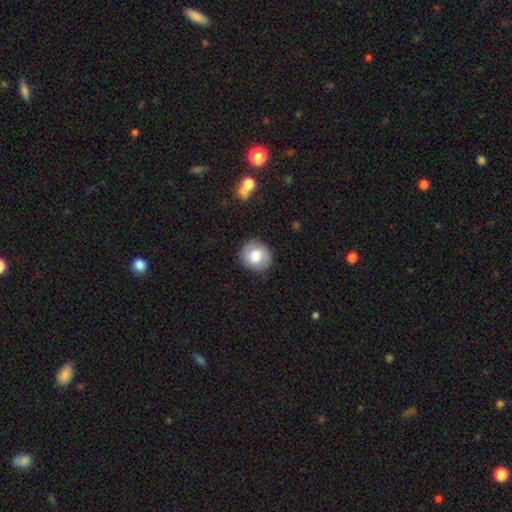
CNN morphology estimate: This is likely a smooth galaxy (74%). How rounded: clearly round (87%). Merging: clearly none (86%).